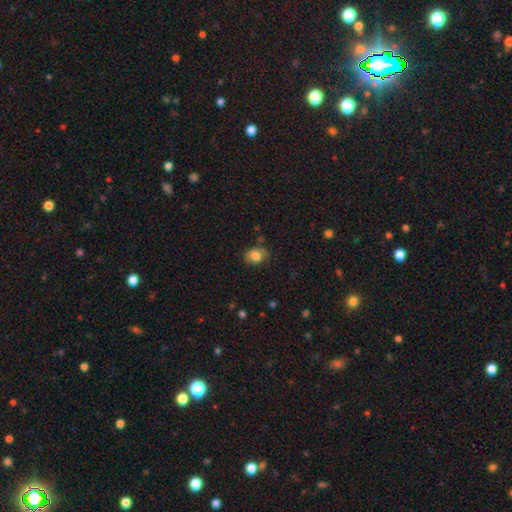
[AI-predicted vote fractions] A smooth galaxy with no disk features (82%) that is in between round and cigar-shaped (64%). Merging: none (73%).